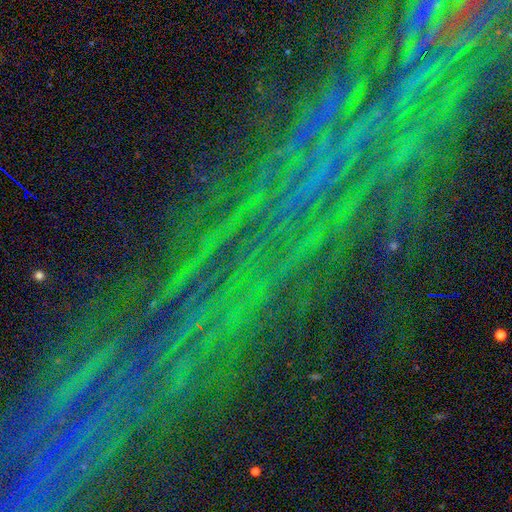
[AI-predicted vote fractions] The model was most divided on "smooth or featured": star or artifact: 84%, featured or disk: 9%, smooth: 7%.